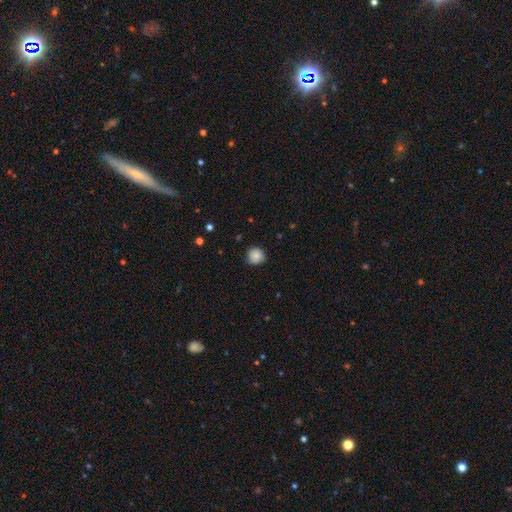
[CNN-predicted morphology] The model was most divided on "merging": none: 85%, minor disturbance: 11%, major disturbance: 2%, merger: 1%. More confident: how rounded — round (93%); smooth or featured — smooth (83%).